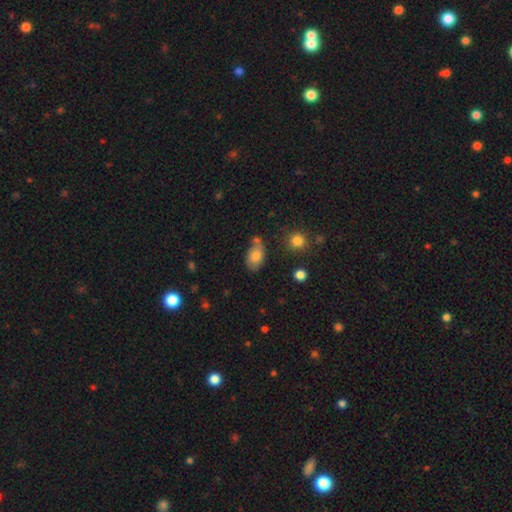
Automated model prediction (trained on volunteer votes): Smooth or featured? smooth (78%)
How rounded? in between (89%)
Merging? none (57%)